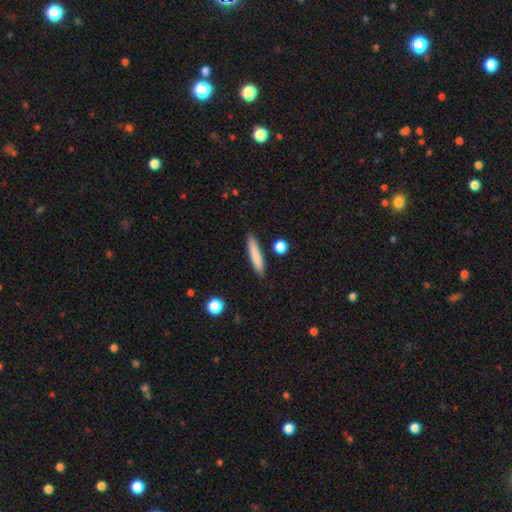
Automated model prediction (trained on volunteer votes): Q: Smooth or featured?
A: smooth (81%); runner-up: featured or disk (13%)
Q: How rounded?
A: cigar-shaped (90%); runner-up: in between (8%)
Q: Merging?
A: none (88%); runner-up: minor disturbance (8%)